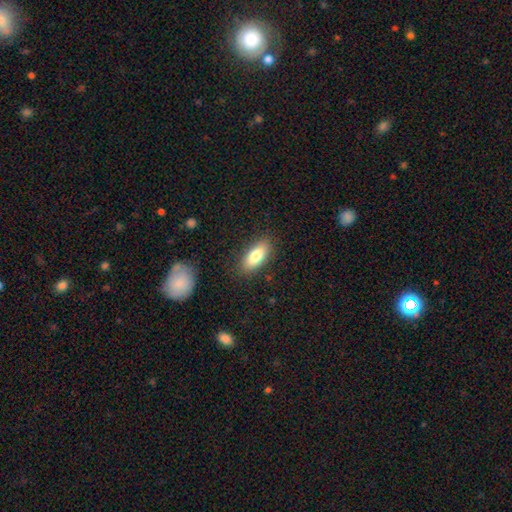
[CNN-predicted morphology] A smooth galaxy with no disk features (80%) that is in between round and cigar-shaped (81%). Merging: none (86%).